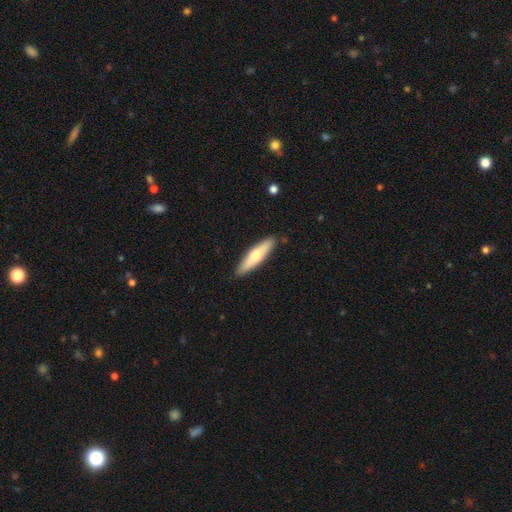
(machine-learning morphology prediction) This appears to be a smooth galaxy with no disk features (56%) that is cigar-shaped (73%). Merging: none (89%).